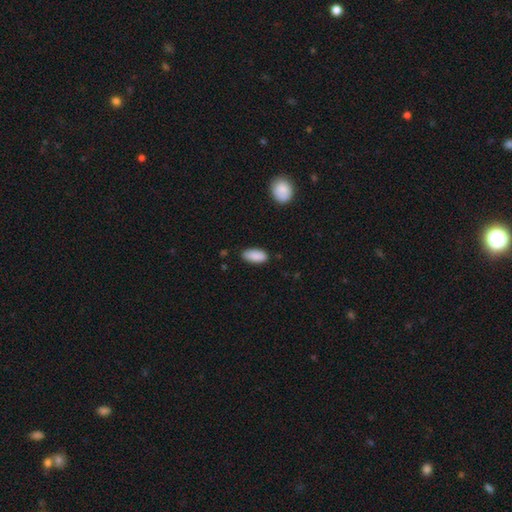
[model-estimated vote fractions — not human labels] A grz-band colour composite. It shows a smooth galaxy with no disk features (89%) that is in between round and cigar-shaped (90%). Merging: none (81%).